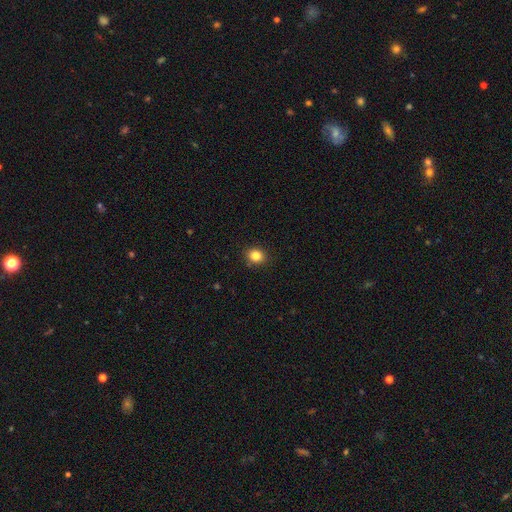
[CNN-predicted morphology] smooth_or_featured: smooth (p=0.83) [alt: star or artifact p=0.11]
how_rounded: round (p=0.75) [alt: in between p=0.25]
merging: none (p=0.90) [alt: minor disturbance p=0.07]